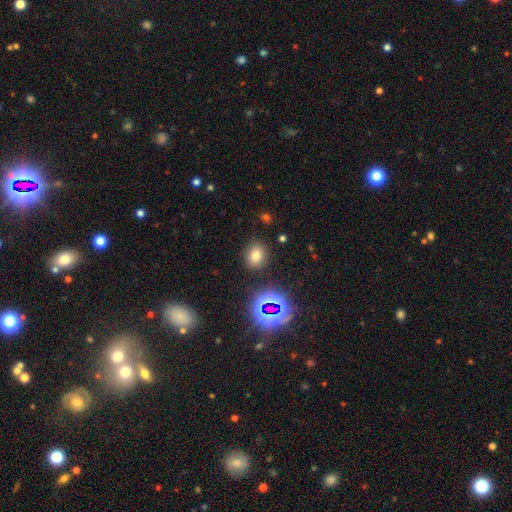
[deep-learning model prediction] Smooth or featured? Predicted: smooth (p=0.72). How rounded? Predicted: round (p=0.58). Merging? Predicted: none (p=0.86).